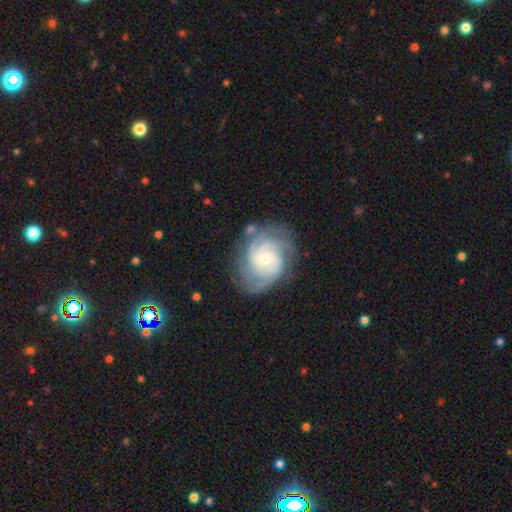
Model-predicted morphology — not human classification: Smooth or featured?
  - featured or disk: 86% *
  - smooth: 9%
  - star or artifact: 6%
Edge-on disk?
  - no: 98% *
  - yes: 2%
Bar?
  - no: 64% *
  - weak: 30%
  - strong: 5%
Spiral arms?
  - yes: 97% *
  - no: 3%
Spiral winding?
  - tight: 58% *
  - medium: 34%
  - loose: 8%
Spiral arm count?
  - 3: 28% *
  - can't tell: 23%
  - 4: 21%
  - 2: 16%
  - more than 4: 6%
  - 1: 6%
Bulge size?
  - small: 68% *
  - moderate: 28%
  - large: 2%
  - none: 1%
  - dominant: 1%
Merging?
  - none: 69% *
  - minor disturbance: 19%
  - major disturbance: 9%
  - merger: 3%